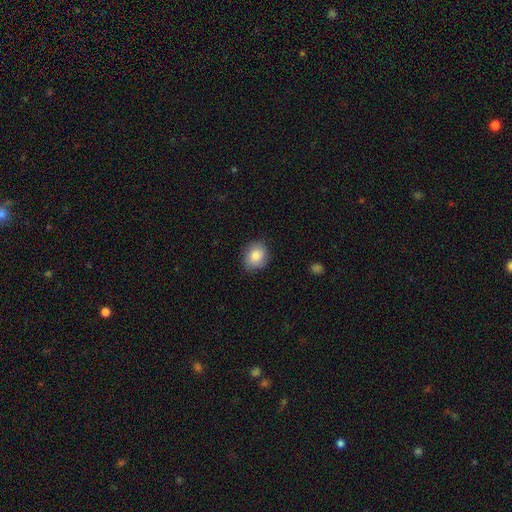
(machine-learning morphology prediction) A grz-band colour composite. It shows a smooth galaxy with no disk features (84%) that is round (67%). Merging: none (82%).